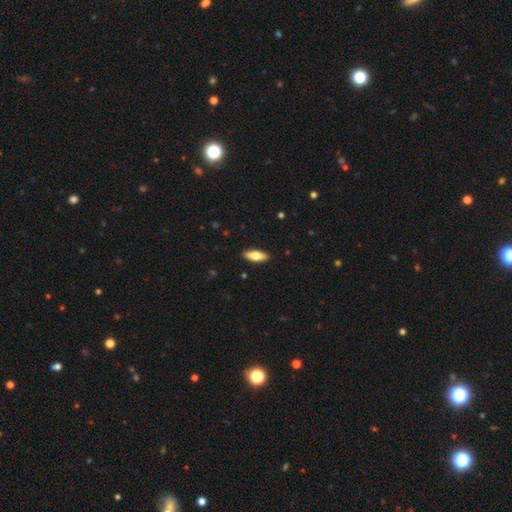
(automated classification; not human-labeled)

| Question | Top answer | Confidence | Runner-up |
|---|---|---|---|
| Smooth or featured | smooth | 65% | featured or disk (29%) |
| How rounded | in between | 67% | cigar-shaped (31%) |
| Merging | none | 90% | minor disturbance (7%) |